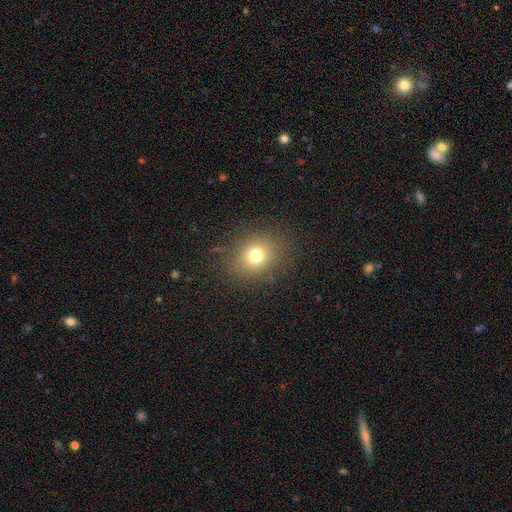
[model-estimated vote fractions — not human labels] Overall: smooth (74%). How rounded: round (69%; in between 30%). Merging: none (85%).